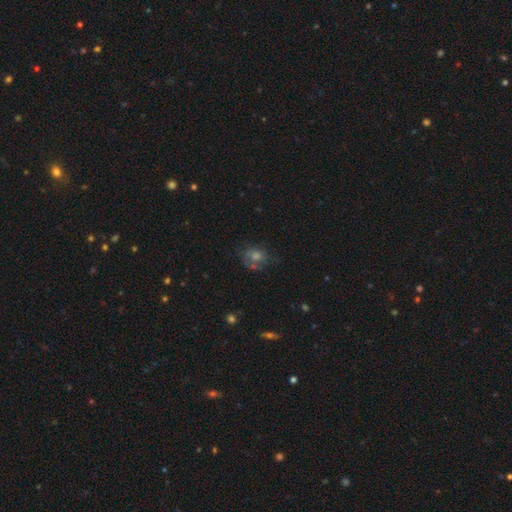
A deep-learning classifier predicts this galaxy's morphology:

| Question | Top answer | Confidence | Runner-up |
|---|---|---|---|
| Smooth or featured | smooth | 44% | featured or disk (31%) |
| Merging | none | 56% | minor disturbance (22%) |